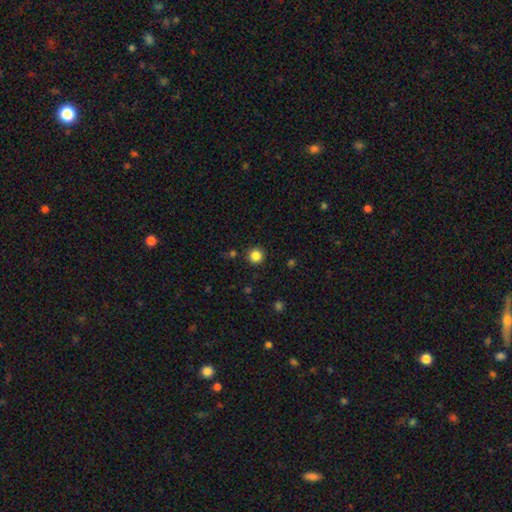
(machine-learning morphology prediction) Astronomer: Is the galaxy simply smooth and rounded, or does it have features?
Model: smooth — 84%.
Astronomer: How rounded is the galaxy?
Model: round — 95%.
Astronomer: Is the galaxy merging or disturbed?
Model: none — 91%.